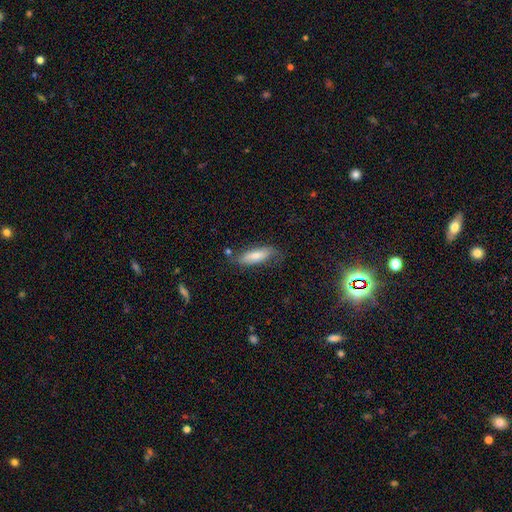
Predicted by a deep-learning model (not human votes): Smooth or featured: smooth — 73% (featured or disk — 20%)
How rounded: in between — 55% (cigar-shaped — 43%)
Merging: none — 66% (minor disturbance — 24%)